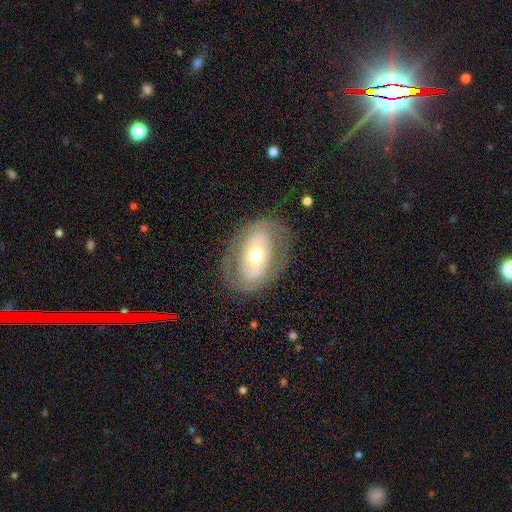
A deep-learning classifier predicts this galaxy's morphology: This appears to be a featured or disk galaxy (59%) with no bar (57%), no spiral arms (67%) and a moderate central bulge (64%). Merging: none (75%).